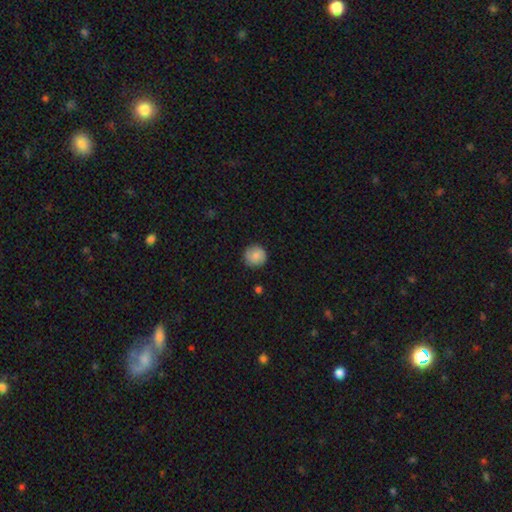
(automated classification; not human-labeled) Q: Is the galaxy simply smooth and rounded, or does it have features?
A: smooth — 79%.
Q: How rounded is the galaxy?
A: round — 94%.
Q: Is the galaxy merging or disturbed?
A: none — 88%.